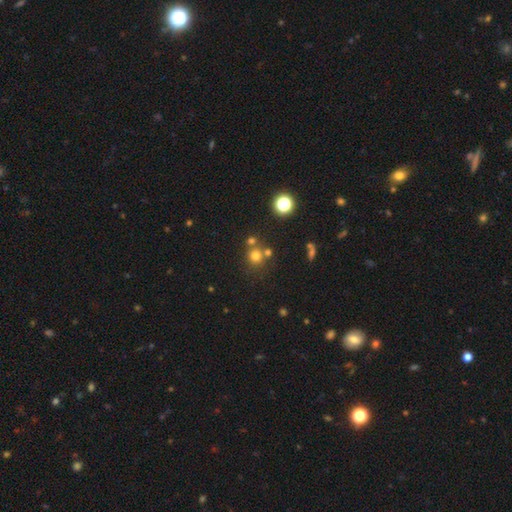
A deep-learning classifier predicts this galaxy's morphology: type=smooth (71%); roundness=round (90%); merging=none (66%).